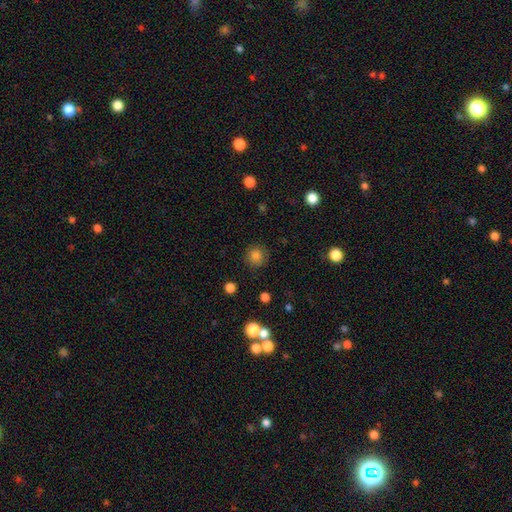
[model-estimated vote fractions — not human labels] Smooth or featured?
  - smooth: 81% *
  - star or artifact: 12%
  - featured or disk: 6%
How rounded?
  - round: 91% *
  - in between: 8%
  - cigar-shaped: 1%
Merging?
  - none: 87% *
  - minor disturbance: 9%
  - major disturbance: 3%
  - merger: 1%